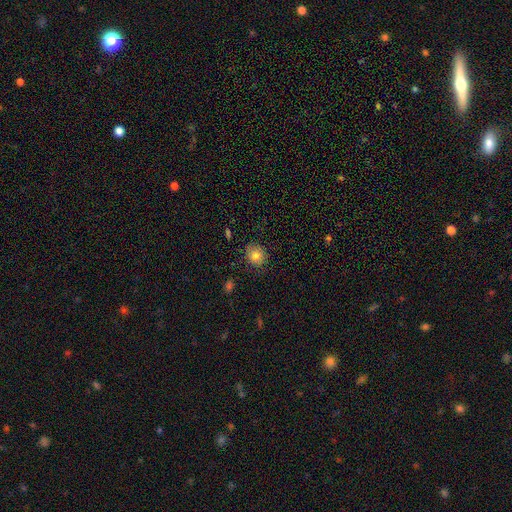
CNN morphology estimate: smooth_or_featured: smooth (p=0.81) [alt: star or artifact p=0.10]
how_rounded: round (p=0.79) [alt: in between p=0.21]
merging: none (p=0.85) [alt: minor disturbance p=0.12]